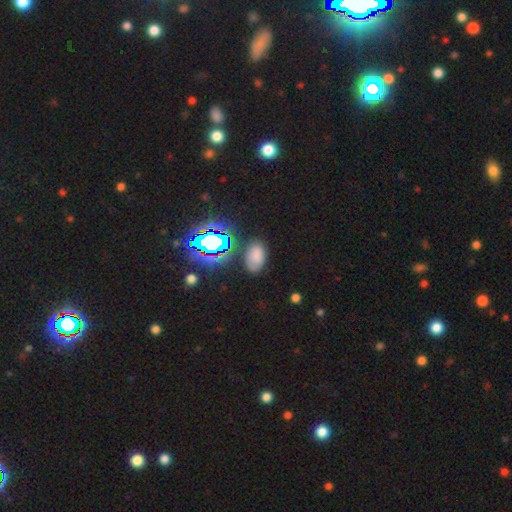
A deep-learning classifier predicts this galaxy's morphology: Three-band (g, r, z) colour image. It shows a smooth galaxy with no disk features (65%) that is in between round and cigar-shaped (89%). Merging: none (75%).